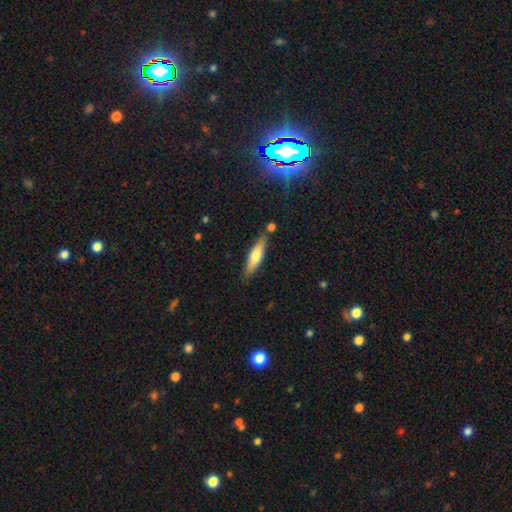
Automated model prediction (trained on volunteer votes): Morphology: type=smooth (64%); roundness=cigar-shaped (69%); merging=none (79%).